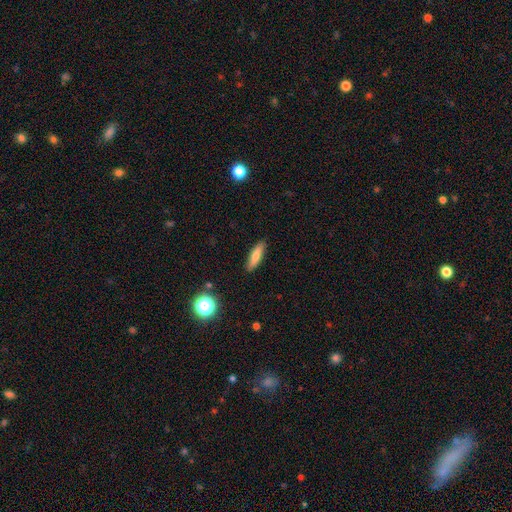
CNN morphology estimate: A smooth galaxy with no disk features (74%) that is cigar-shaped (65%).

Vote fractions:
- Smooth or featured? smooth: 74% / featured or disk: 18% / star or artifact: 8%
- How rounded? cigar-shaped: 65% / in between: 33% / round: 2%
- Merging? none: 87% / minor disturbance: 9% / major disturbance: 2% / merger: 1%